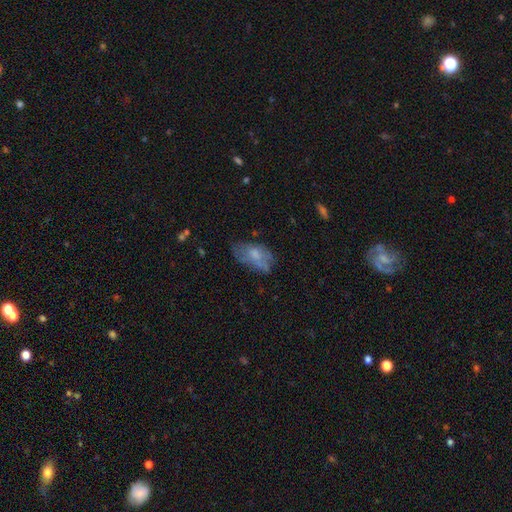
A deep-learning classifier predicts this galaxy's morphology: type=smooth (54%); roundness=in between (92%); merging=none (49%).